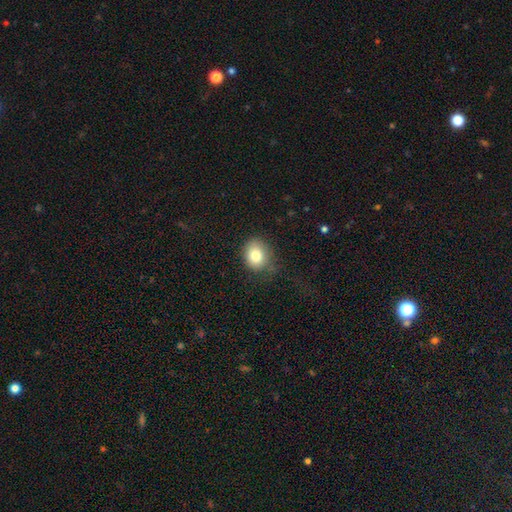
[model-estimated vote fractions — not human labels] Smooth or featured? smooth (80%)
How rounded? round (61%)
Merging? none (71%)